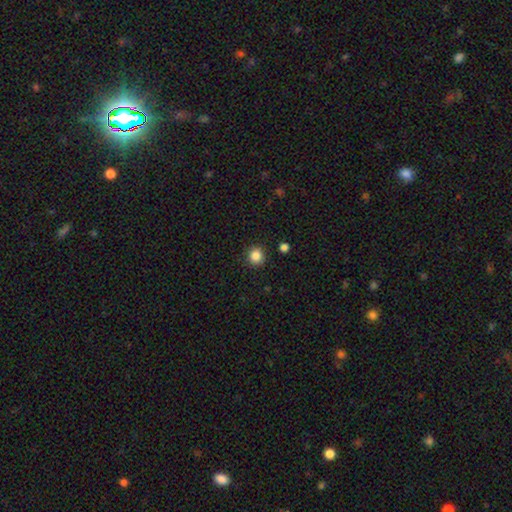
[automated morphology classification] This is clearly a smooth galaxy (85%). How rounded: clearly round (91%). Merging: clearly none (90%).